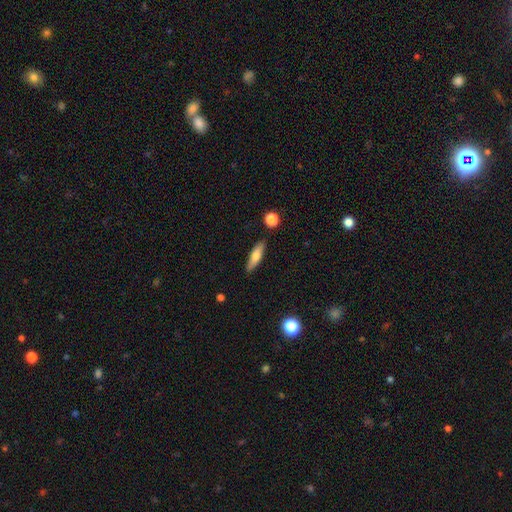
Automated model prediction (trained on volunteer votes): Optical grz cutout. It shows a smooth galaxy with no disk features (67%) that is cigar-shaped (65%). Merging: none (86%).